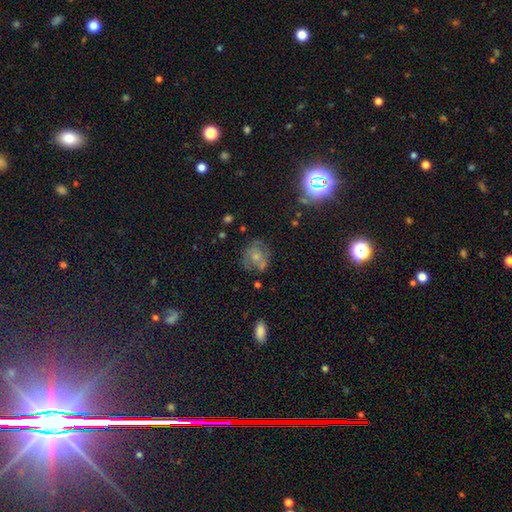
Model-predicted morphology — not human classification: Overall: featured or disk (45%; smooth 44%). Merging: none (54%; minor disturbance 24%).